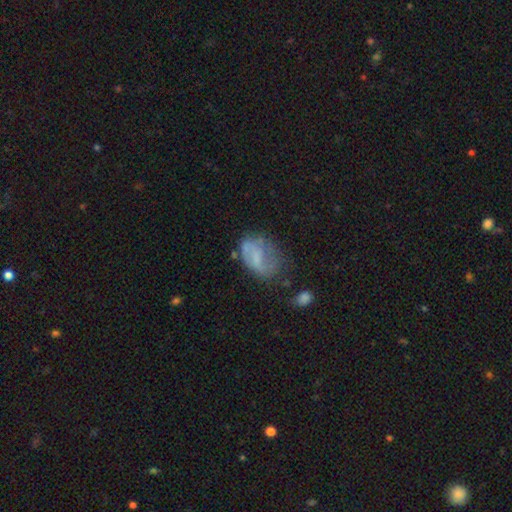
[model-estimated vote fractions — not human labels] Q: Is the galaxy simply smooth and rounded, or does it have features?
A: smooth — 46%.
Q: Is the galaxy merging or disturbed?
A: none — 41%.